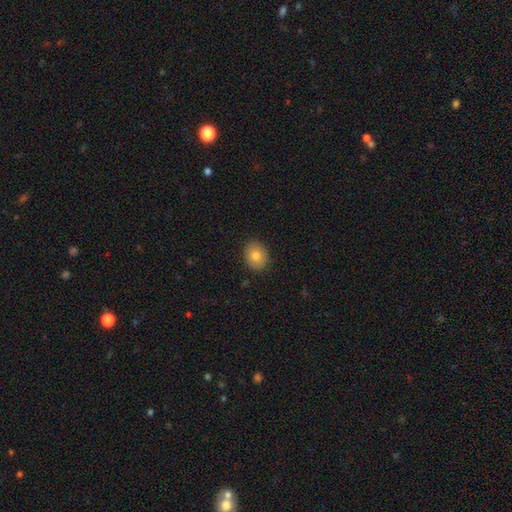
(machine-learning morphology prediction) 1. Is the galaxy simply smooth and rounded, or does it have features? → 80% smooth, 10% featured or disk, 10% star or artifact.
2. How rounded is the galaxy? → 59% round, 40% in between, 1% cigar-shaped.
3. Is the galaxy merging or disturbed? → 89% none, 8% minor disturbance, 2% major disturbance, 1% merger.